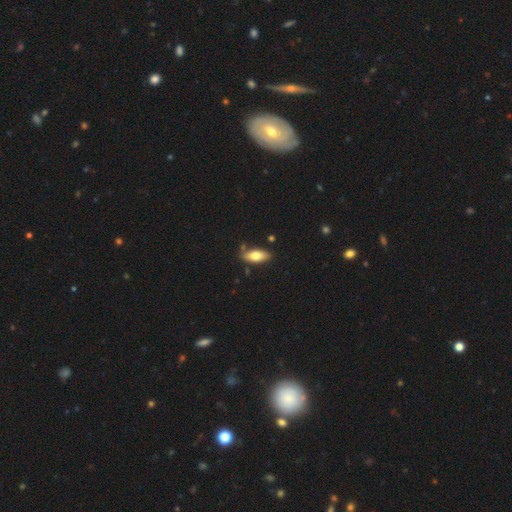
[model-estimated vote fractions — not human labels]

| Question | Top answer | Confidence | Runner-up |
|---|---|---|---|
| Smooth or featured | smooth | 73% | featured or disk (21%) |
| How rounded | in between | 82% | cigar-shaped (15%) |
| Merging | none | 77% | minor disturbance (16%) |